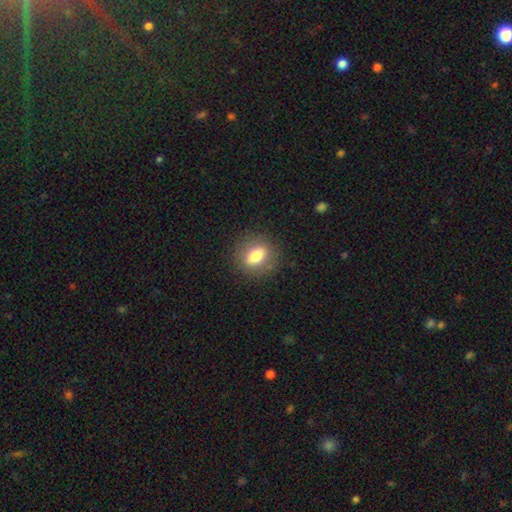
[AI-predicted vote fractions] Morphology: type=smooth (74%); roundness=in between (53%); merging=none (86%).